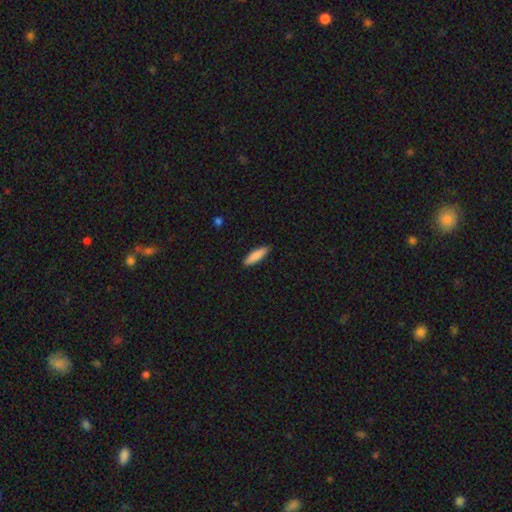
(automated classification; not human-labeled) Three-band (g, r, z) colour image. It shows a smooth galaxy with no disk features (87%) that is cigar-shaped (66%). Merging: none (90%).